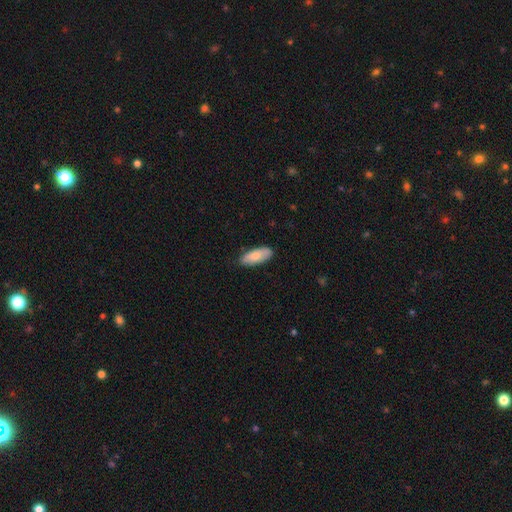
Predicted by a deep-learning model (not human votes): Smooth or featured: smooth — 75% (featured or disk — 19%)
How rounded: in between — 78% (cigar-shaped — 20%)
Merging: none — 81% (minor disturbance — 15%)